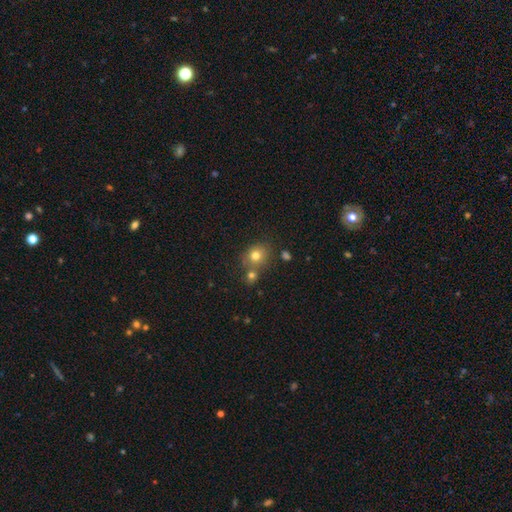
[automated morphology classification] smooth-or-featured: smooth: 76% | star or artifact: 14% | featured or disk: 10%
  how-rounded: round: 73% | in between: 26% | cigar-shaped: 1%
  merging: none: 60% | merger: 25% | minor disturbance: 11% | major disturbance: 4%